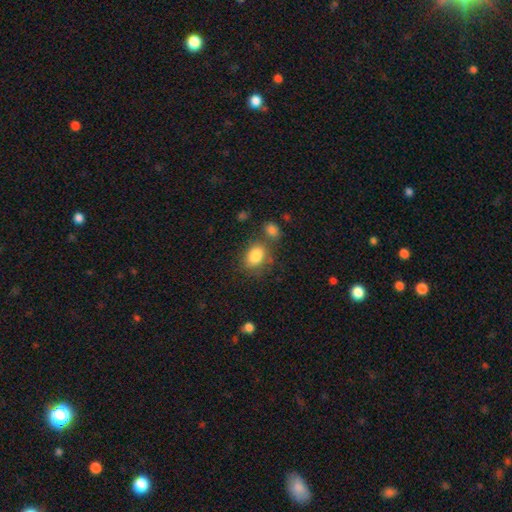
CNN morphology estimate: Smooth or featured? smooth (84%)
How rounded? in between (75%)
Merging? none (64%)